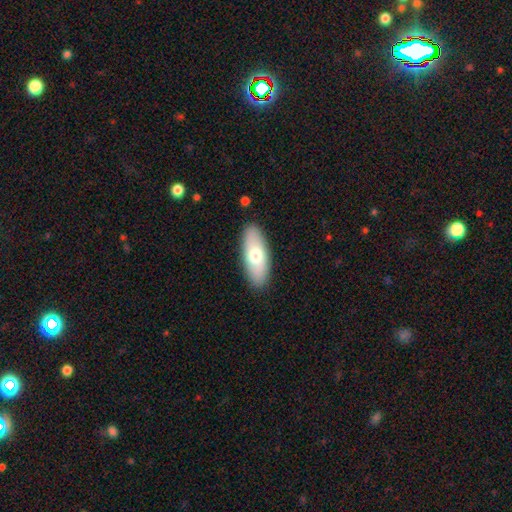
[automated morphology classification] Smooth or featured? Predicted: smooth (p=0.67). How rounded? Predicted: in between (p=0.78). Merging? Predicted: none (p=0.89).